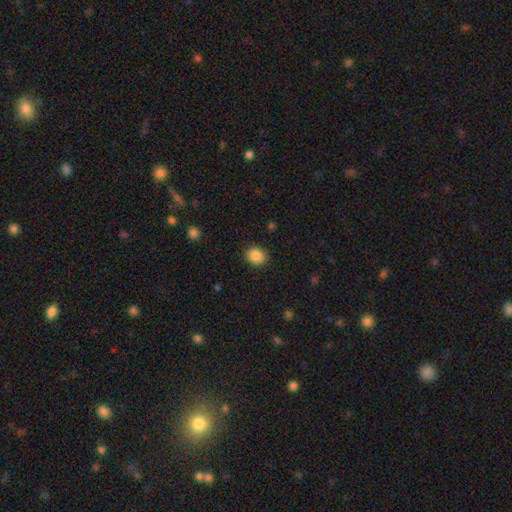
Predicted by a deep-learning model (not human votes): This is clearly a smooth galaxy (86%). How rounded: likely round (76%). Merging: clearly none (90%).